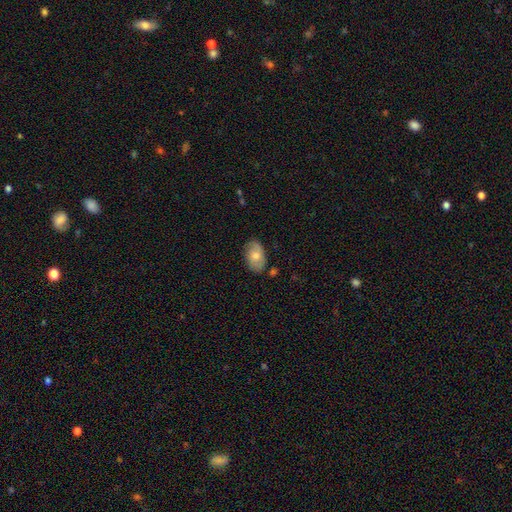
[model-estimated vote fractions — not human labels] Smooth or featured: smooth — 72% (featured or disk — 21%)
How rounded: in between — 92% (round — 6%)
Merging: none — 79% (minor disturbance — 16%)